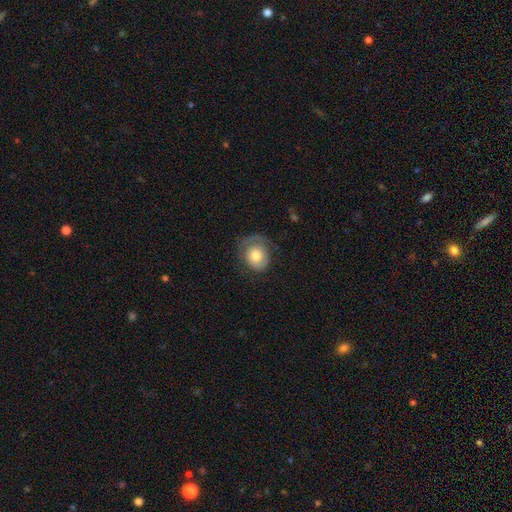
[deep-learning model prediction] smooth-or-featured: smooth: 62% | featured or disk: 31% | star or artifact: 7%
  how-rounded: round: 66% | in between: 33% | cigar-shaped: 1%
  merging: none: 55% | minor disturbance: 26% | major disturbance: 18% | merger: 1%